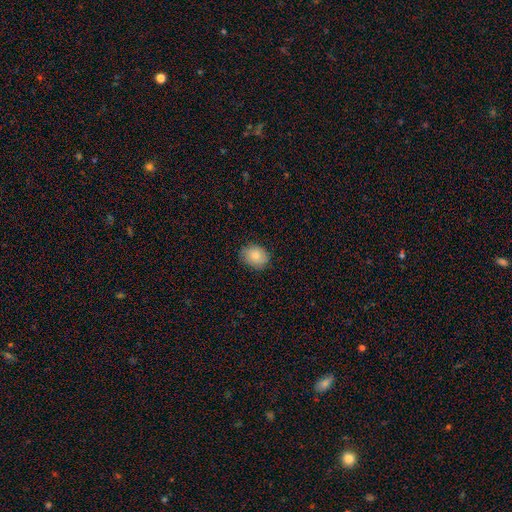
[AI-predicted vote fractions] smooth 79%, featured or disk 13%, star or artifact 8%. Down the decision tree: how rounded — in between (52%); merging — none (83%).